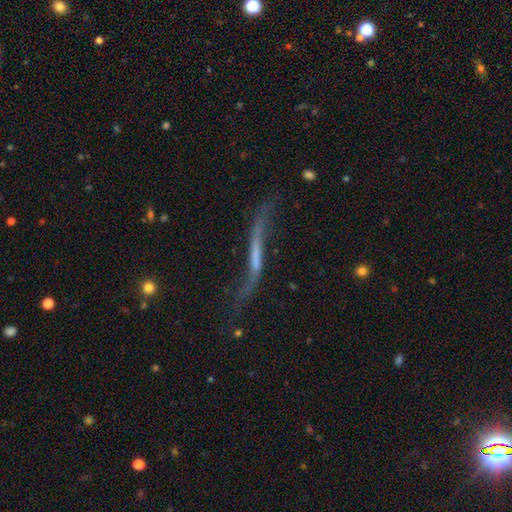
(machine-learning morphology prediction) This is likely a featured or disk galaxy (72%). It is possibly not viewed edge-on (60%). Merging: marginally none (43%).